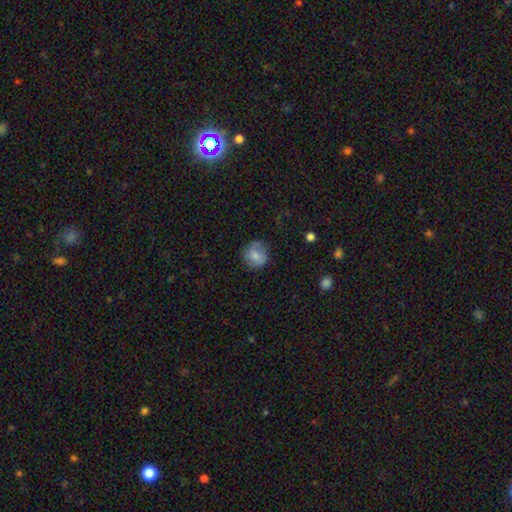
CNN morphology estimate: type=smooth (71%); roundness=round (80%); merging=none (67%).